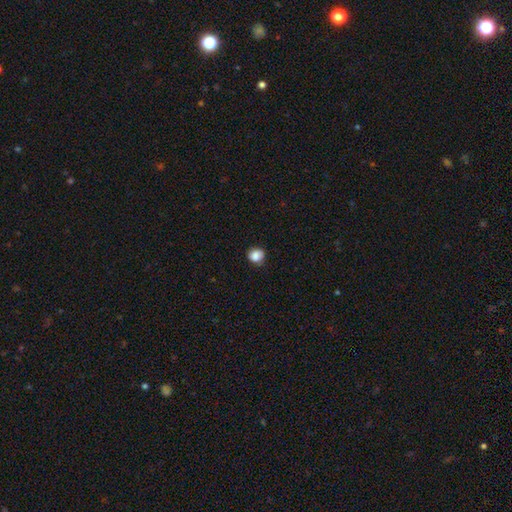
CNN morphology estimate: A smooth galaxy with no disk features (85%) that is round (82%).

Vote fractions:
- Smooth or featured? smooth: 85% / star or artifact: 10% / featured or disk: 5%
- How rounded? round: 82% / in between: 17% / cigar-shaped: 1%
- Merging? none: 78% / minor disturbance: 17% / major disturbance: 3% / merger: 2%